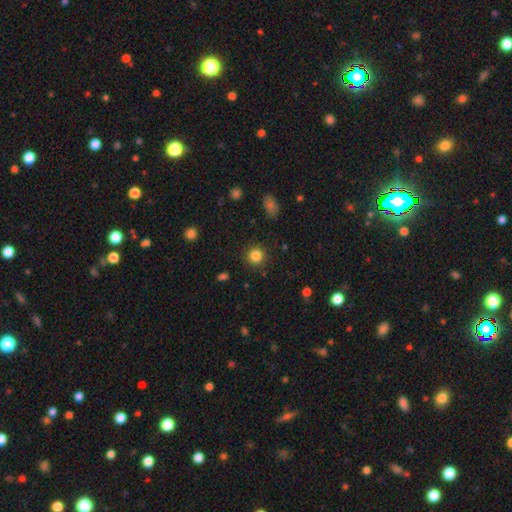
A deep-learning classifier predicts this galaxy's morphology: A smooth galaxy with no disk features (84%) that is round (93%).

Vote fractions:
- Smooth or featured? smooth: 84% / star or artifact: 12% / featured or disk: 4%
- How rounded? round: 93% / in between: 6% / cigar-shaped: 1%
- Merging? none: 90% / minor disturbance: 6% / major disturbance: 2% / merger: 1%